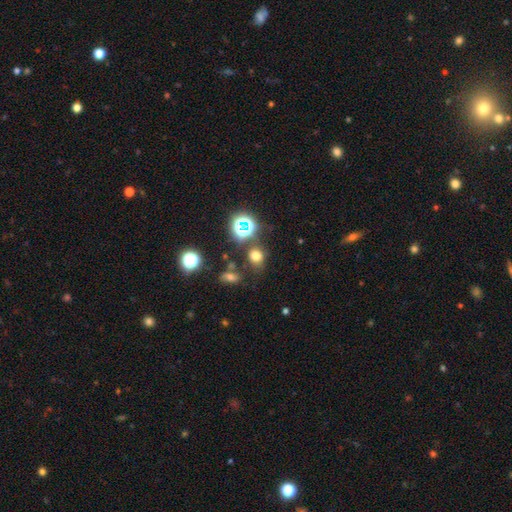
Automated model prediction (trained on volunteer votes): smooth_or_featured: smooth (p=0.66) [alt: star or artifact p=0.27]
how_rounded: round (p=0.68) [alt: in between p=0.30]
merging: none (p=0.73) [alt: minor disturbance p=0.13]